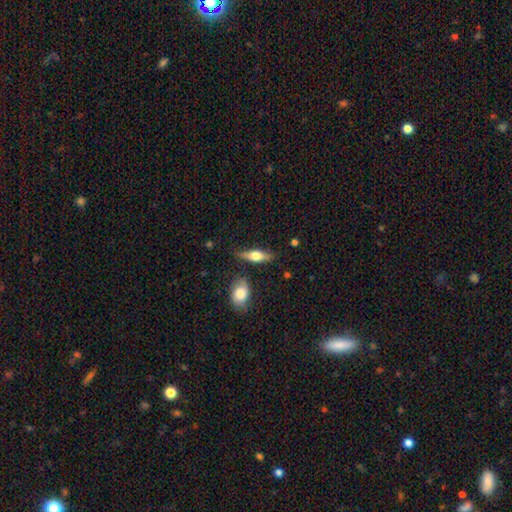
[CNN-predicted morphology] Smooth or featured? Predicted: smooth (p=0.52). How rounded? Predicted: in between (p=0.49). Merging? Predicted: none (p=0.76).